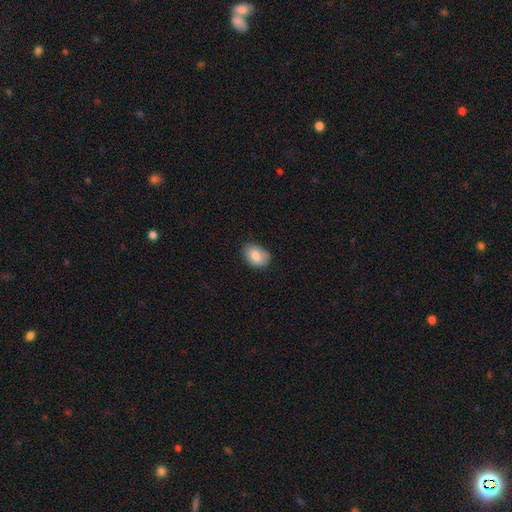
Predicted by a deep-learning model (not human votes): This appears to be a smooth galaxy with no disk features (82%) that is in between round and cigar-shaped (83%). Merging: none (75%).